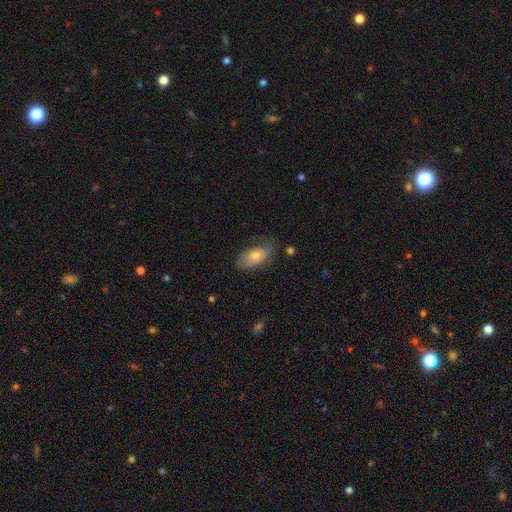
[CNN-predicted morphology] Smooth or featured?
  - smooth: 62% *
  - featured or disk: 30%
  - star or artifact: 7%
How rounded?
  - in between: 89% *
  - cigar-shaped: 6%
  - round: 4%
Merging?
  - none: 63% *
  - minor disturbance: 27%
  - major disturbance: 8%
  - merger: 2%